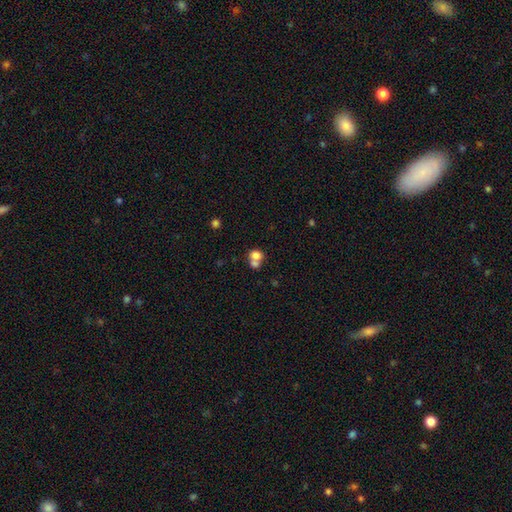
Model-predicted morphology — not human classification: The model was most divided on "how rounded": round: 59%, in between: 40%, cigar-shaped: 1%. More confident: smooth or featured — smooth (74%); merging — merger (61%).